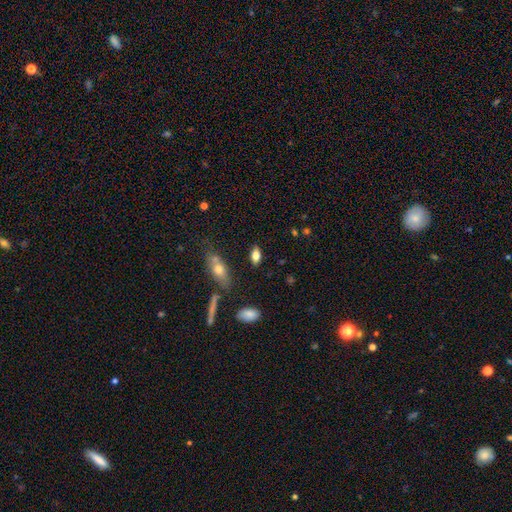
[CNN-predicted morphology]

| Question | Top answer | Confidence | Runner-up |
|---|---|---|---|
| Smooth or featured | smooth | 75% | featured or disk (16%) |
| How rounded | in between | 86% | cigar-shaped (8%) |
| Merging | none | 80% | minor disturbance (12%) |